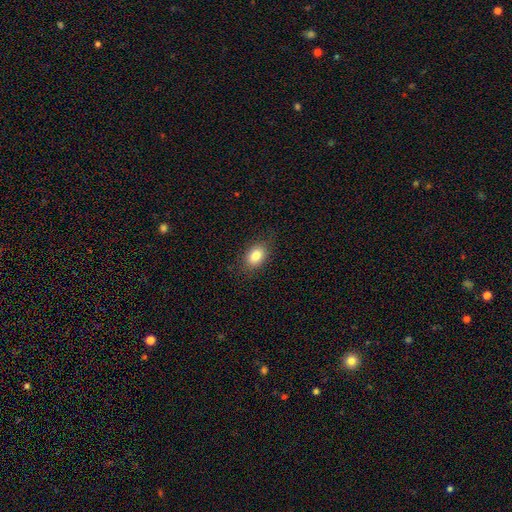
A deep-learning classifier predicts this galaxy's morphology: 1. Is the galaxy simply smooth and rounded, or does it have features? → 84% smooth, 8% star or artifact, 7% featured or disk.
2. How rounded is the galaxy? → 81% in between, 17% round, 2% cigar-shaped.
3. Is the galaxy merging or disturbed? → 83% none, 12% minor disturbance, 3% major disturbance, 1% merger.